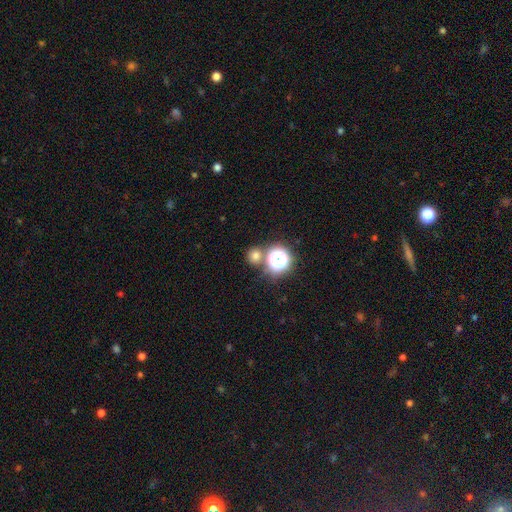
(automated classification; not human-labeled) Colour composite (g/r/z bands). It shows a smooth galaxy with no disk features (68%) that is round (87%). Merging: none (74%).